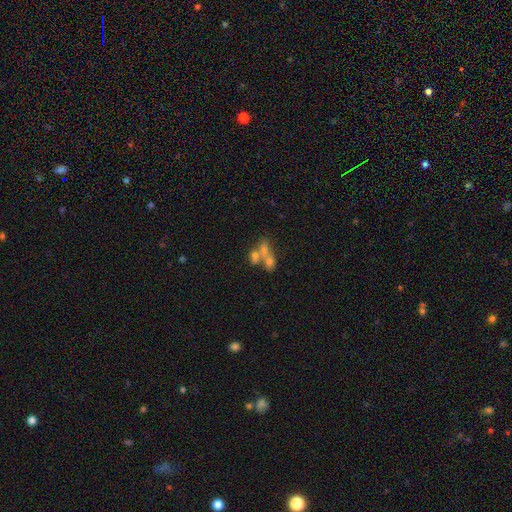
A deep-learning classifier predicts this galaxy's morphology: featured or disk 38%, smooth 37%, star or artifact 24%. Down the decision tree: merging — merger (52%).